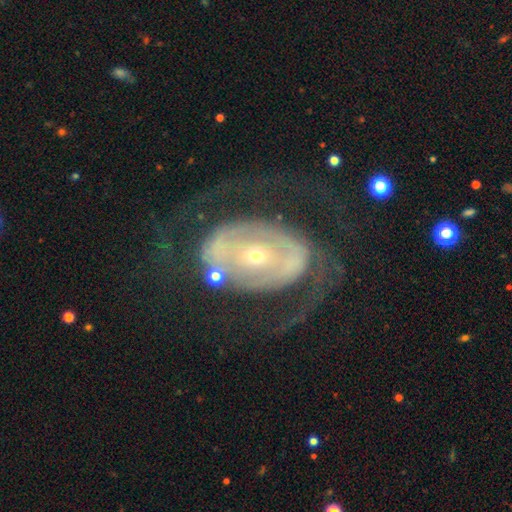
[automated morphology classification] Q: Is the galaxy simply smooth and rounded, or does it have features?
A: featured or disk — 79%.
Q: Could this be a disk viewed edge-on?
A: no — 94%.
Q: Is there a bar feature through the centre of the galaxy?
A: no — 42%.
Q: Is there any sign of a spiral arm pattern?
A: yes — 57%.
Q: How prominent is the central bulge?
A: small — 67%.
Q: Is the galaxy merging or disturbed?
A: none — 61%.